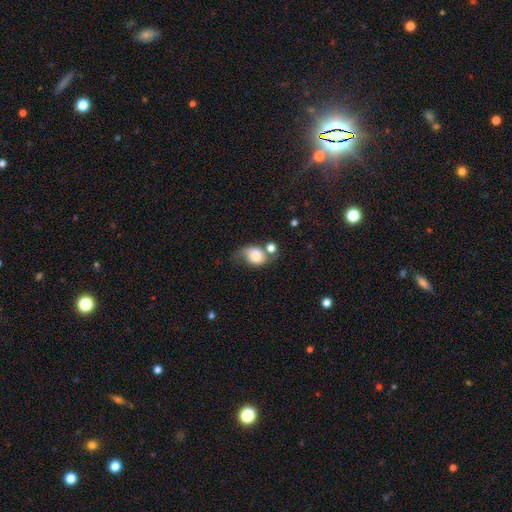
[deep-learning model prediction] smooth_or_featured: smooth (p=0.73) [alt: featured or disk p=0.18]
how_rounded: in between (p=0.61) [alt: round p=0.38]
merging: none (p=0.34) [alt: merger p=0.25]